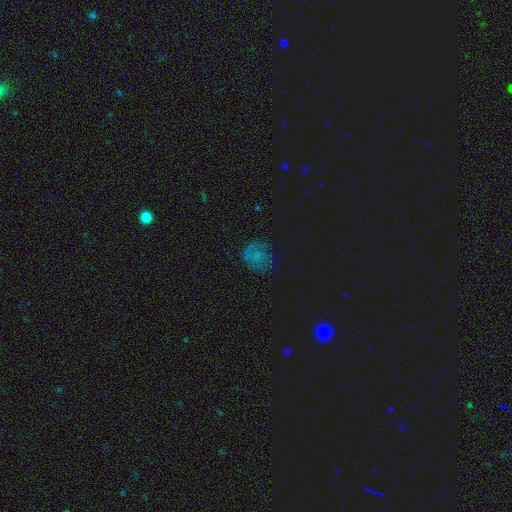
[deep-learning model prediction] A smooth galaxy with no disk features (48%). Merging: none (57%).